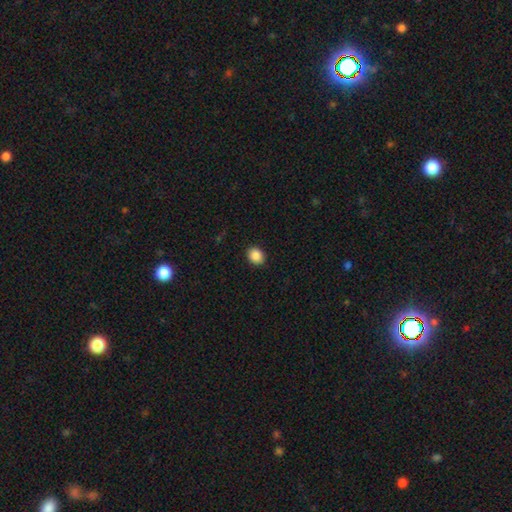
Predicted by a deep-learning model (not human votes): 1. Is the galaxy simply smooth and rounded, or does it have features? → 88% smooth, 9% star or artifact, 4% featured or disk.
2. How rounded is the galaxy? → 56% round, 43% in between, 1% cigar-shaped.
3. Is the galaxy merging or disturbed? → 90% none, 7% minor disturbance, 2% major disturbance, 1% merger.